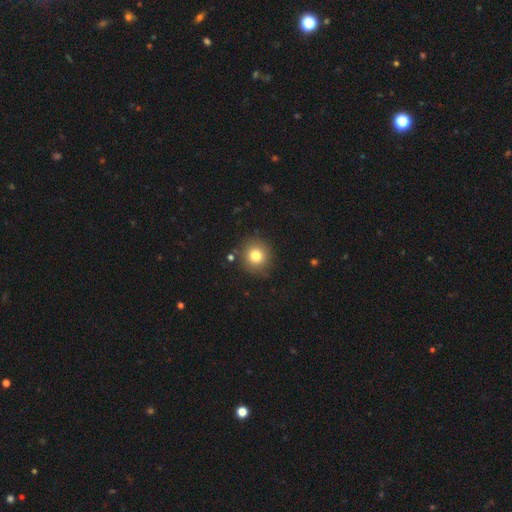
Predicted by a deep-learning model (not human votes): smooth 79%, star or artifact 12%, featured or disk 9%. Down the decision tree: how rounded — round (93%); merging — none (87%).